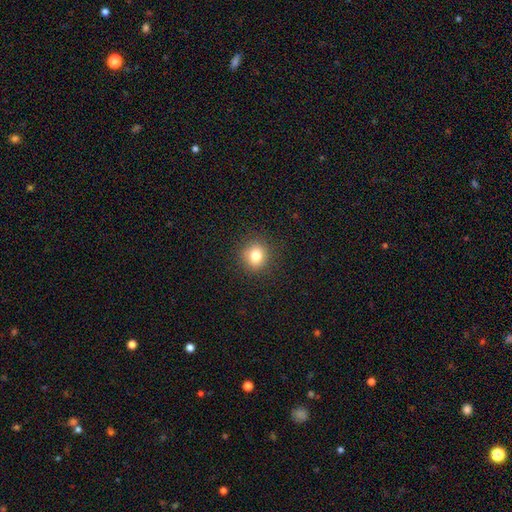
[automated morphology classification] Smooth or featured?
  - smooth: 81% *
  - star or artifact: 12%
  - featured or disk: 7%
How rounded?
  - round: 85% *
  - in between: 15%
  - cigar-shaped: 1%
Merging?
  - none: 90% *
  - minor disturbance: 7%
  - major disturbance: 2%
  - merger: 1%